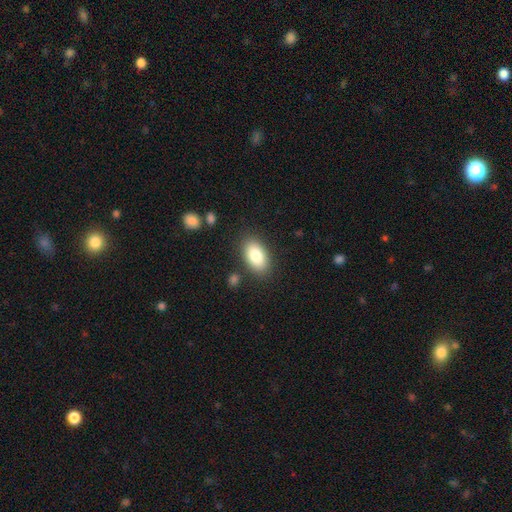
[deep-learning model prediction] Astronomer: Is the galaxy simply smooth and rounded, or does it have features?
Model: smooth — 83%.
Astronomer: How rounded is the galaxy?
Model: in between — 93%.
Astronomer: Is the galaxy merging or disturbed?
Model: none — 85%.